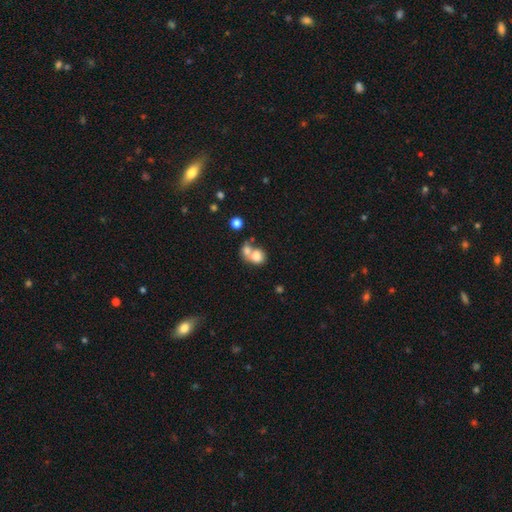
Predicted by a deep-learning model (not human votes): smooth 73%, featured or disk 18%, star or artifact 9%. Down the decision tree: how rounded — round (56%); merging — merger (68%).